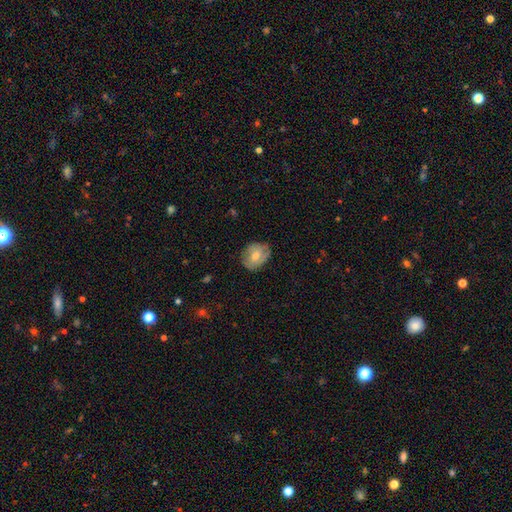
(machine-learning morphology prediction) smooth 50%, featured or disk 41%, star or artifact 9%. Down the decision tree: how rounded — round (53%); merging — none (76%).